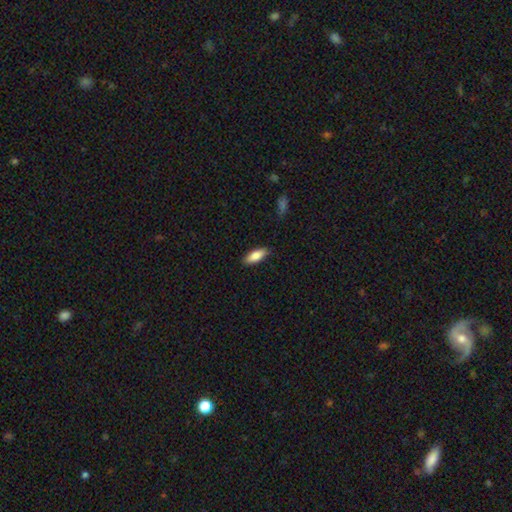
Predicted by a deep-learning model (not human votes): A smooth galaxy with no disk features (82%) that is in between round and cigar-shaped (74%). Merging: none (84%).